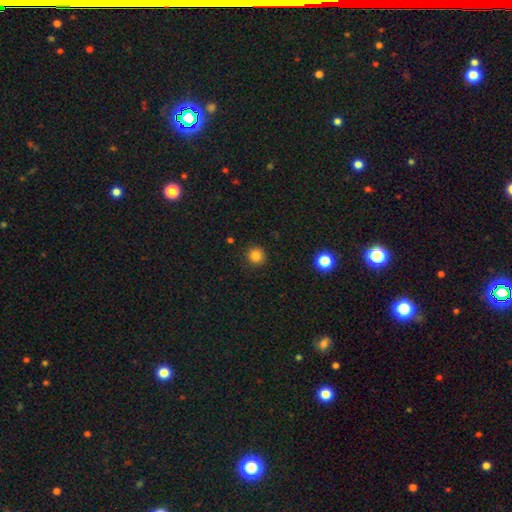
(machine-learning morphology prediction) smooth_or_featured: smooth (p=0.84) [alt: star or artifact p=0.12]
how_rounded: round (p=0.94) [alt: in between p=0.05]
merging: none (p=0.91) [alt: minor disturbance p=0.06]